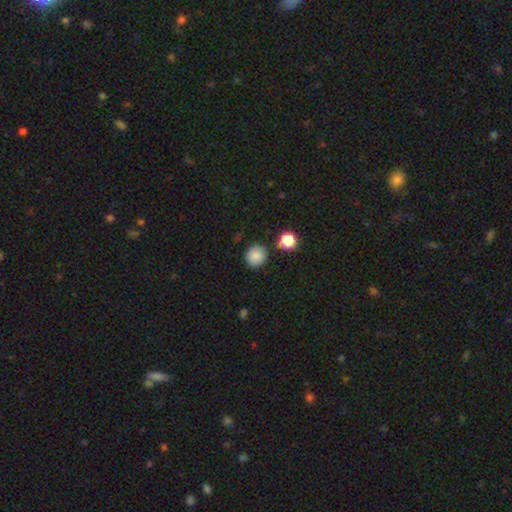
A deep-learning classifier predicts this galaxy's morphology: This appears to be a smooth galaxy with no disk features (86%) that is round (91%). Merging: none (82%).